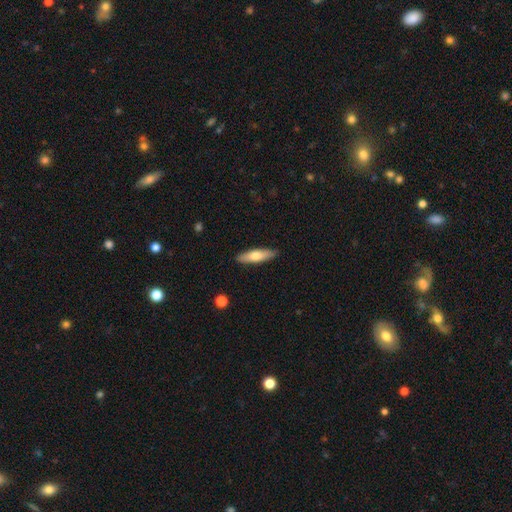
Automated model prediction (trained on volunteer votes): smooth 65%, featured or disk 29%, star or artifact 6%. Down the decision tree: how rounded — cigar-shaped (67%); merging — none (89%).